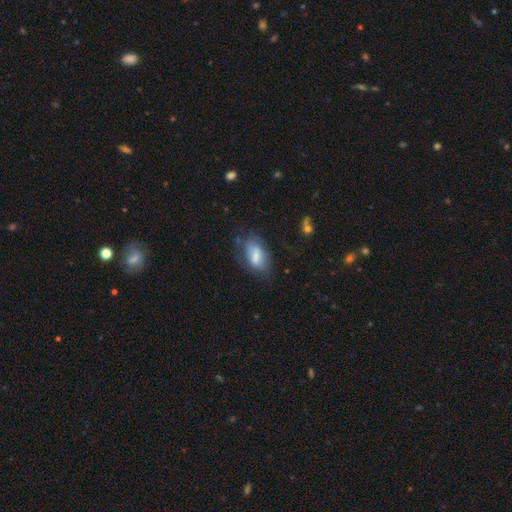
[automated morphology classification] type=smooth (59%); roundness=in between (87%); merging=none (54%).